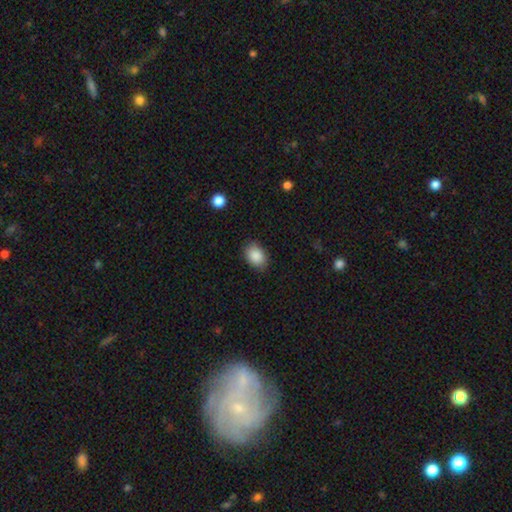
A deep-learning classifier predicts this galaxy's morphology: A smooth galaxy with no disk features (88%) that is in between round and cigar-shaped (75%).

Vote fractions:
- Smooth or featured? smooth: 88% / star or artifact: 7% / featured or disk: 4%
- How rounded? in between: 75% / round: 24% / cigar-shaped: 1%
- Merging? none: 83% / minor disturbance: 13% / major disturbance: 3% / merger: 1%